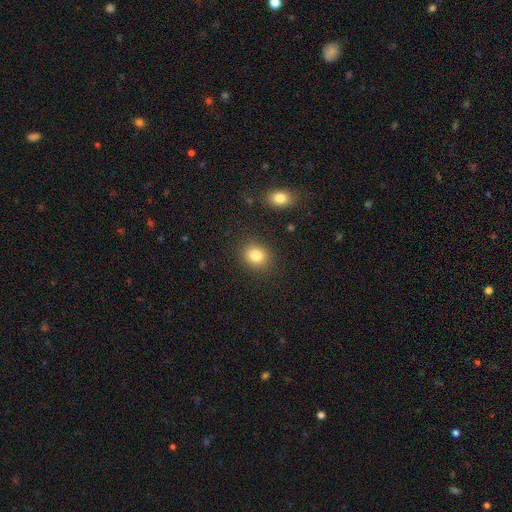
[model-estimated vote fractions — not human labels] This is clearly a smooth galaxy (82%). How rounded: likely round (70%). Merging: clearly none (86%).